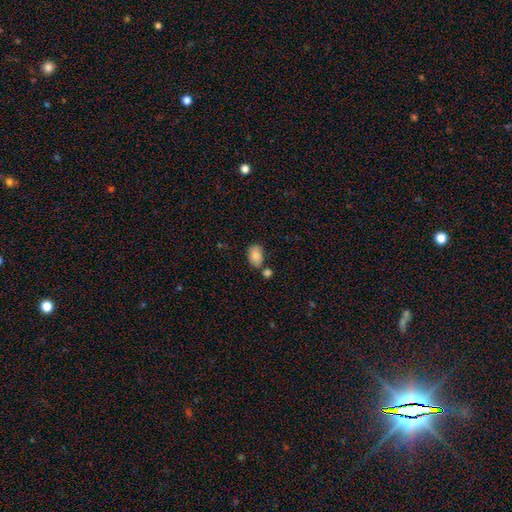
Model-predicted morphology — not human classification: A smooth galaxy with no disk features (84%) that is in between round and cigar-shaped (84%). Merging: none (60%).